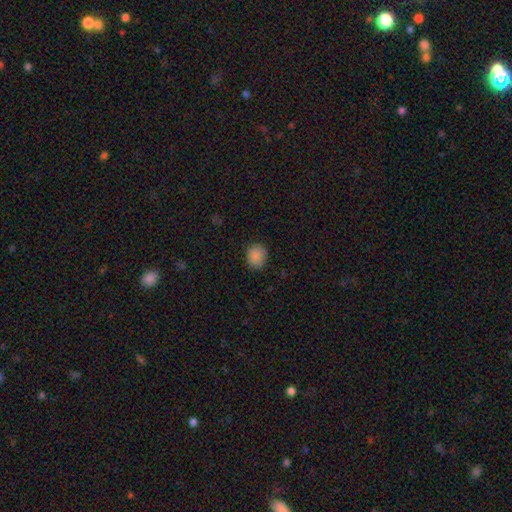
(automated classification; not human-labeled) smooth_or_featured: smooth (p=0.87) [alt: star or artifact p=0.09]
how_rounded: round (p=0.62) [alt: in between p=0.37]
merging: none (p=0.83) [alt: minor disturbance p=0.13]